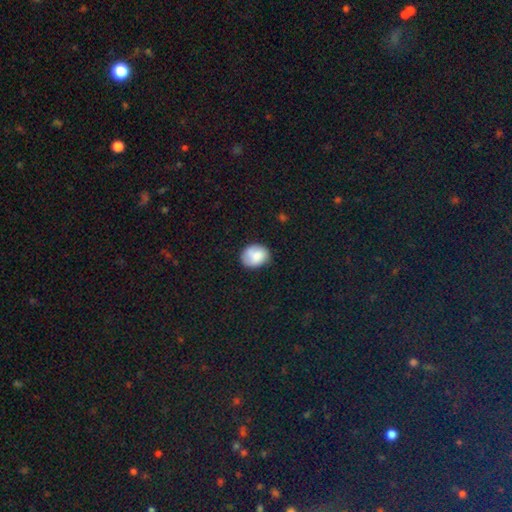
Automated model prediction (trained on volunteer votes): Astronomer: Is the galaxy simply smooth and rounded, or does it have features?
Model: smooth — 82%.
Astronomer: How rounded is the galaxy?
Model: round — 52% (runner-up: in between, 47%).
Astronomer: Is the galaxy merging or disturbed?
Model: none — 70%.